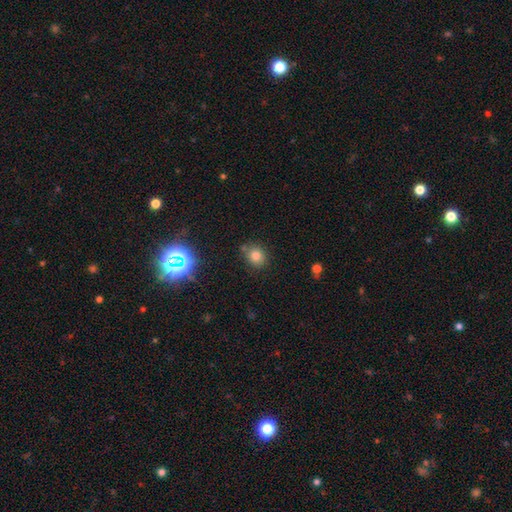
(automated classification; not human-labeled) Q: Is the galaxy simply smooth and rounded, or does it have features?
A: smooth — 76%.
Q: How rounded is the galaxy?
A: round — 77%.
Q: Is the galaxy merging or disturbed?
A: none — 75%.